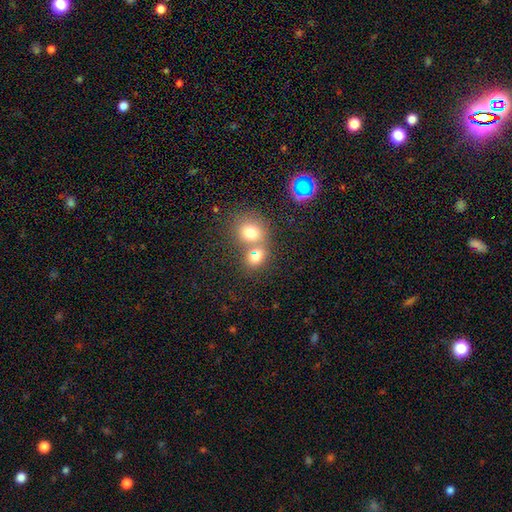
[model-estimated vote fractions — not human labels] A smooth galaxy with no disk features (74%) that is round (62%). Merging: merger (47%).